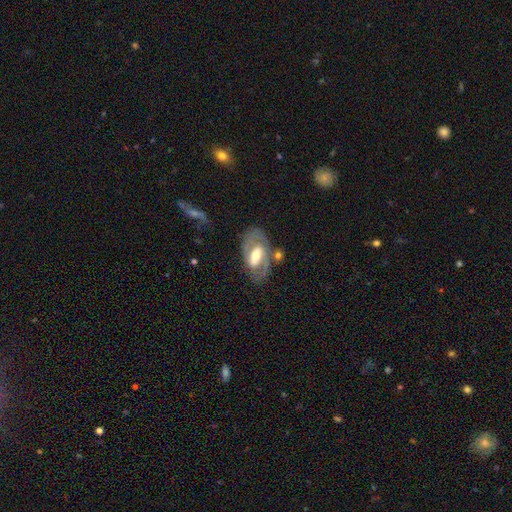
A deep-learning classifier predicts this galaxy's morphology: Smooth or featured? featured or disk (78%)
Edge-on disk? no (94%)
Bar? strong (45%)
Spiral arms? yes (82%)
Spiral winding? medium (50%)
Spiral arm count? 2 (83%)
Bulge size? moderate (61%)
Merging? none (72%)